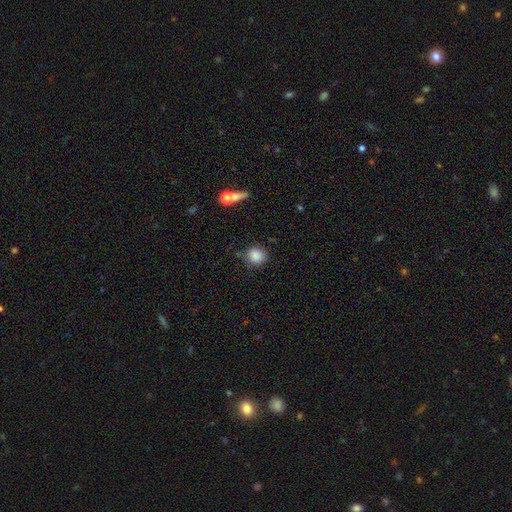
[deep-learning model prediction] Overall: smooth (87%). How rounded: round (79%). Merging: none (77%).